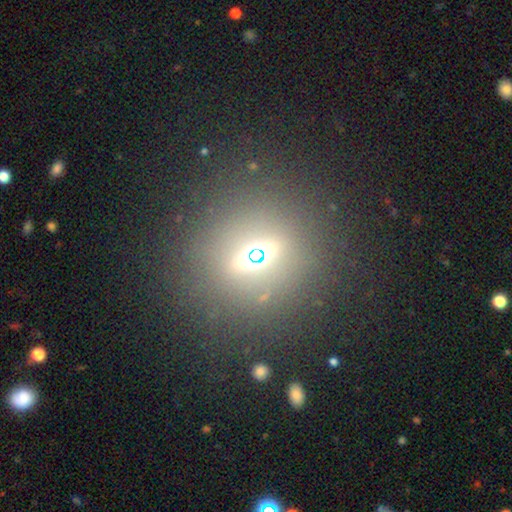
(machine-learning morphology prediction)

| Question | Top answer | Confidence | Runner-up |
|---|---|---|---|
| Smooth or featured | star or artifact | 46% | smooth (39%) |